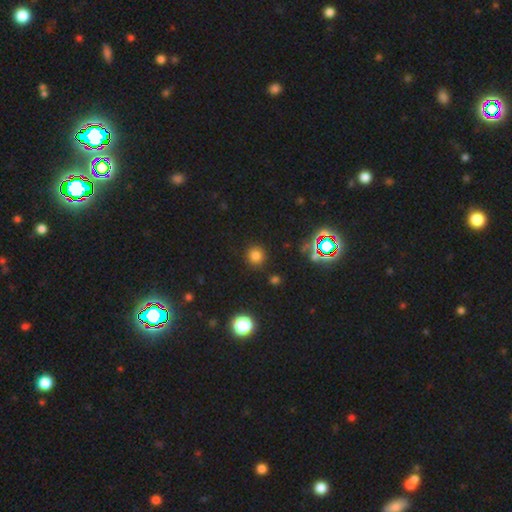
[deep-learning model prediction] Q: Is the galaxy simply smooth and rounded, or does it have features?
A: smooth — 74%.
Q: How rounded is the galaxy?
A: round — 91%.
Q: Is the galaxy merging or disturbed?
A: none — 88%.